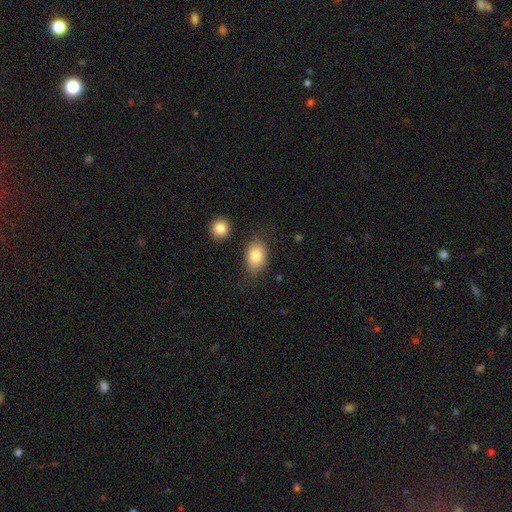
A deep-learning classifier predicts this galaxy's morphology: Smooth or featured? smooth (83%)
How rounded? in between (82%)
Merging? none (76%)